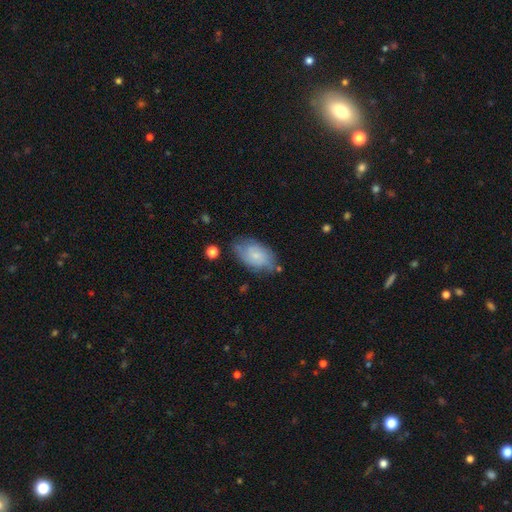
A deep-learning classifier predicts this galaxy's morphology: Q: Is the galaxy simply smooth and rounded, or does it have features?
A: smooth — 55%.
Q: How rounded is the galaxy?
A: in between — 91%.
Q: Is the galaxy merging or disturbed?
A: none — 64%.